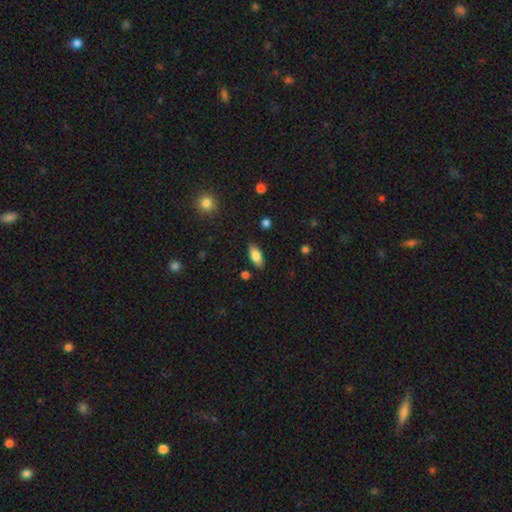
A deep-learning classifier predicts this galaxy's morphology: Smooth or featured? smooth (80%)
How rounded? in between (84%)
Merging? none (84%)